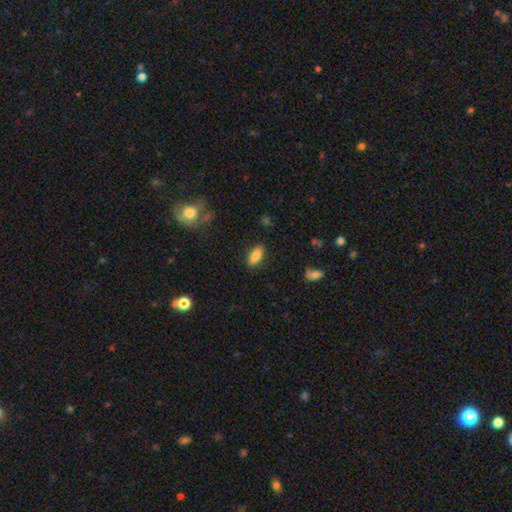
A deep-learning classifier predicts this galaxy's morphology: This appears to be a smooth galaxy with no disk features (85%) that is in between round and cigar-shaped (81%). Merging: none (87%).